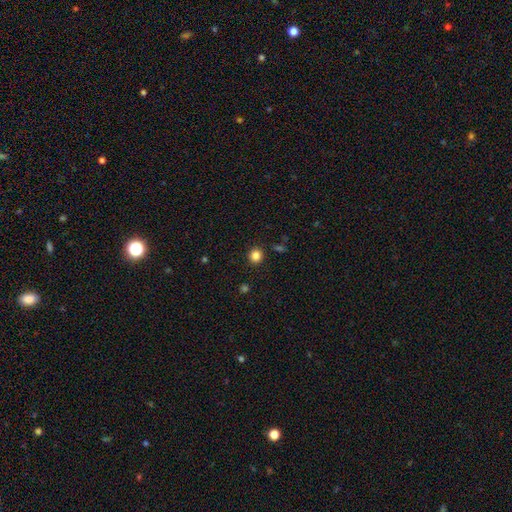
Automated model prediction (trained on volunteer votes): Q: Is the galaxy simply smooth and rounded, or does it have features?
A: smooth — 83%.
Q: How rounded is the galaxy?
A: round — 89%.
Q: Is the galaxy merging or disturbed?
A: none — 91%.